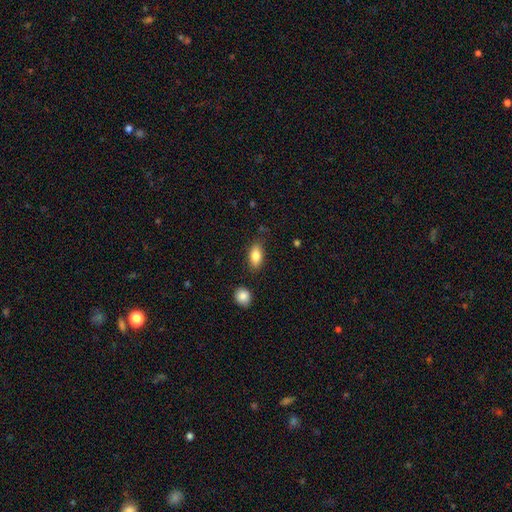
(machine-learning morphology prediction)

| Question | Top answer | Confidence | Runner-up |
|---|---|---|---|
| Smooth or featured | smooth | 82% | featured or disk (11%) |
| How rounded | in between | 87% | cigar-shaped (8%) |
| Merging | none | 80% | minor disturbance (13%) |